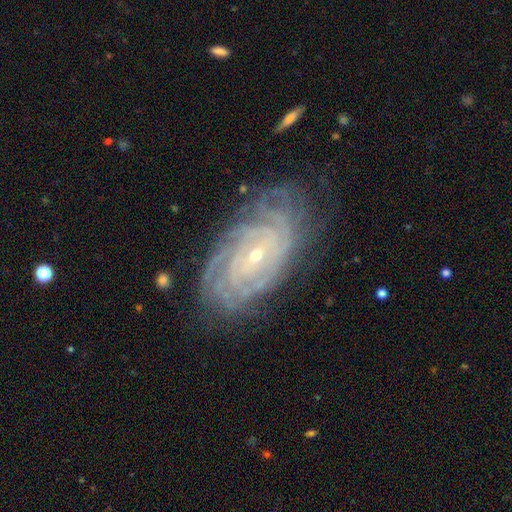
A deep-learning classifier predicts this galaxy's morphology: Smooth or featured: featured or disk — 89% (star or artifact — 6%)
Edge-on disk: no — 96% (yes — 4%)
Bar: no — 58% (weak — 30%)
Spiral arms: yes — 98% (no — 2%)
Spiral winding: tight — 85% (medium — 13%)
Spiral arm count: can't tell — 24% (tied with 4 — 24%)
Bulge size: small — 77% (moderate — 20%)
Merging: none — 77% (minor disturbance — 16%)